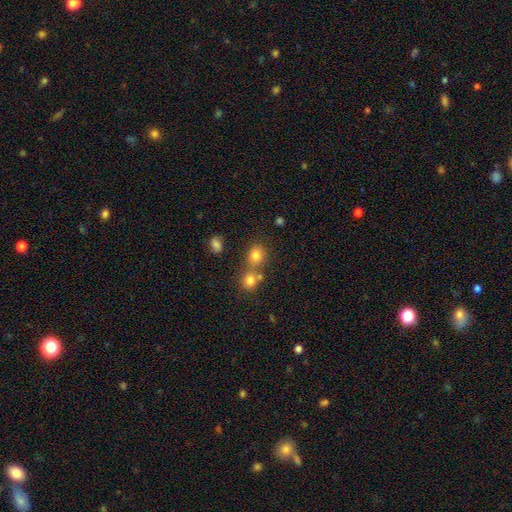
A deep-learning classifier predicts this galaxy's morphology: Smooth or featured: smooth — 76% (star or artifact — 15%)
How rounded: round — 79% (in between — 20%)
Merging: none — 54% (merger — 35%)